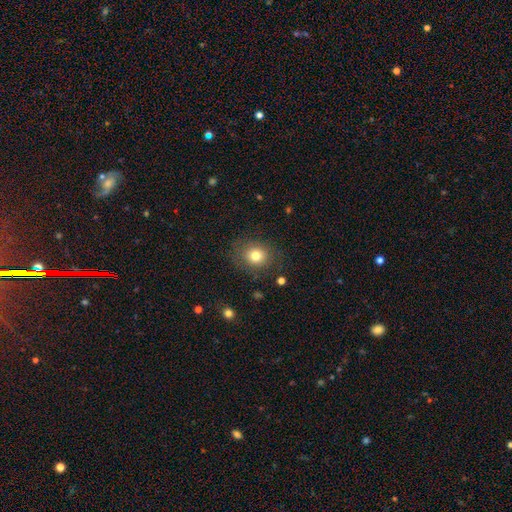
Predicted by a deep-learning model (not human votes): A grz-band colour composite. It shows a smooth galaxy with no disk features (78%) that is round (70%). Merging: none (82%).